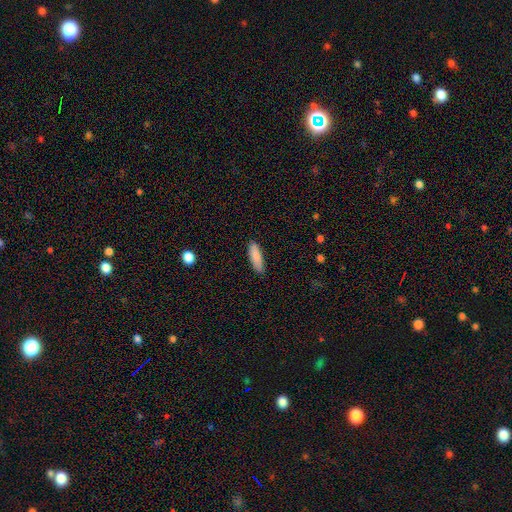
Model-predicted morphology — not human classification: This is clearly a smooth galaxy (87%). How rounded: possibly cigar-shaped (53%). Merging: clearly none (87%).